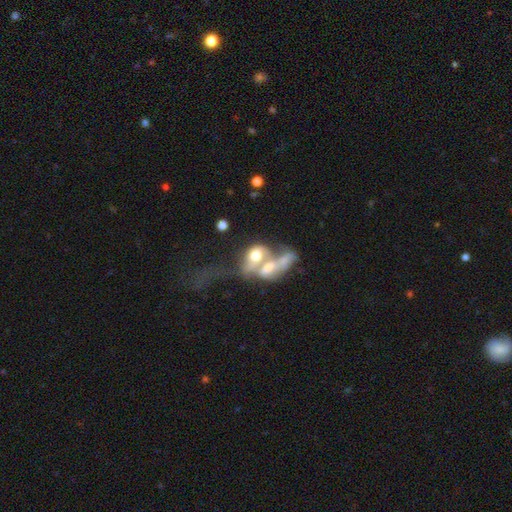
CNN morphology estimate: Q: Smooth or featured?
A: featured or disk (46%); runner-up: smooth (44%)
Q: Merging?
A: merger (75%); runner-up: major disturbance (14%)